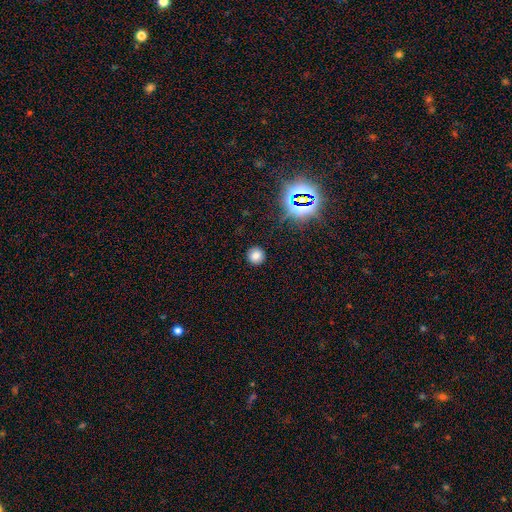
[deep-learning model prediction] smooth_or_featured: smooth (p=0.77) [alt: star or artifact p=0.17]
how_rounded: round (p=0.94) [alt: in between p=0.05]
merging: none (p=0.91) [alt: minor disturbance p=0.06]